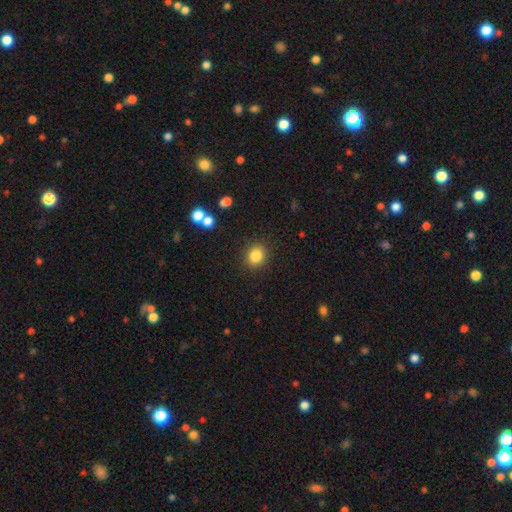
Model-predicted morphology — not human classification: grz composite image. It shows a smooth galaxy with no disk features (84%) that is round (73%). Merging: none (88%).